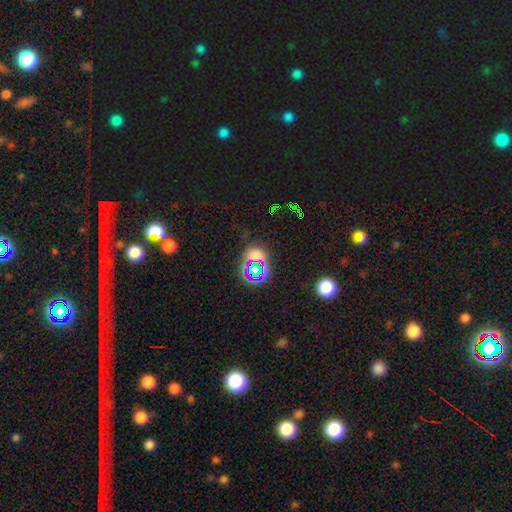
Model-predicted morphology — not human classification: This is possibly a star or artifact rather than a galaxy (50%).